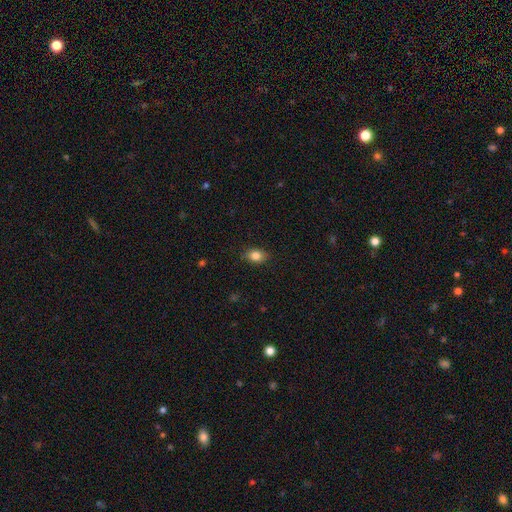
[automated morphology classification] Q: Smooth or featured?
A: smooth (84%); runner-up: star or artifact (9%)
Q: How rounded?
A: in between (72%); runner-up: round (26%)
Q: Merging?
A: none (85%); runner-up: minor disturbance (11%)